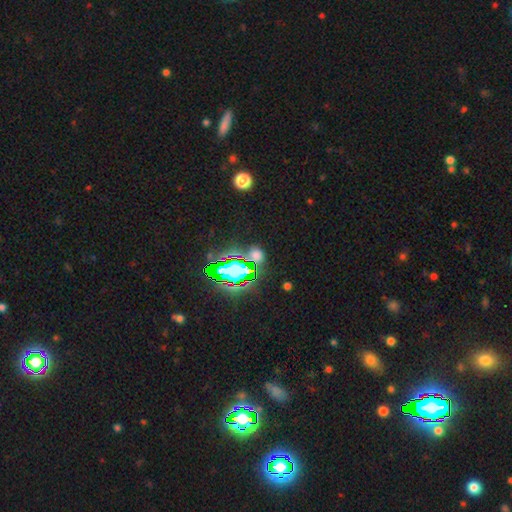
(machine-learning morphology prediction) type=star or artifact (56%).